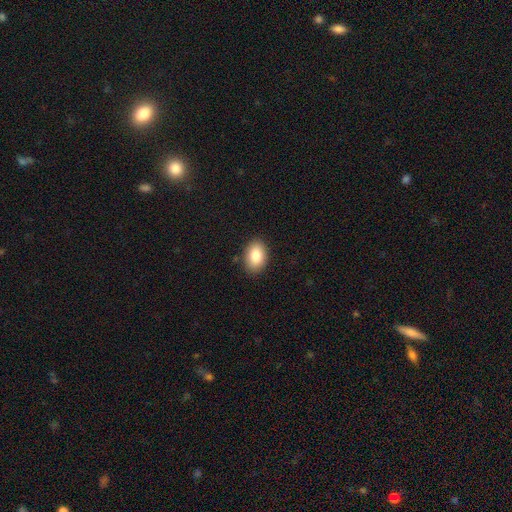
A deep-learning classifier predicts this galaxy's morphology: Smooth or featured: smooth — 85% (featured or disk — 8%)
How rounded: in between — 85% (round — 14%)
Merging: none — 87% (minor disturbance — 9%)